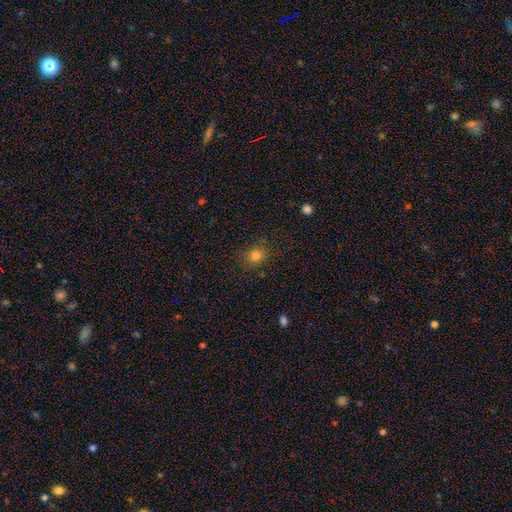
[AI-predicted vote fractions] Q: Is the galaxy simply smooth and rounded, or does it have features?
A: smooth — 77%.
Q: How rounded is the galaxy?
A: round — 77%.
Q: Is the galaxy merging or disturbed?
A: none — 84%.